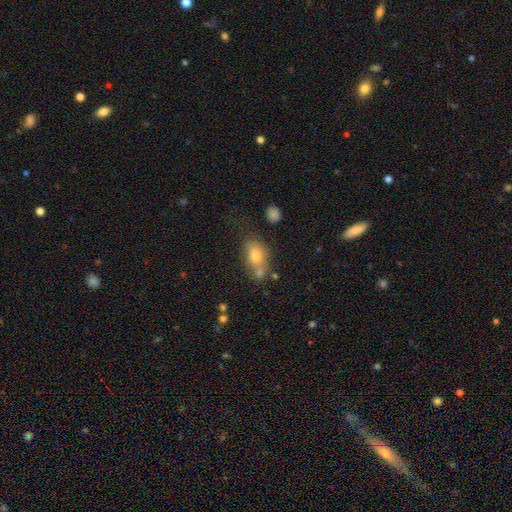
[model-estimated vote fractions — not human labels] smooth-or-featured: smooth: 73% | featured or disk: 17% | star or artifact: 10%
  how-rounded: in between: 78% | round: 19% | cigar-shaped: 3%
  merging: none: 47% | merger: 25% | minor disturbance: 20% | major disturbance: 8%